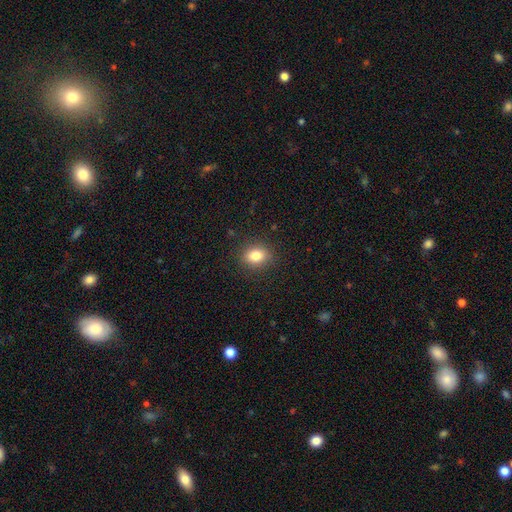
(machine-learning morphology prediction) This appears to be a smooth galaxy with no disk features (84%) that is in between round and cigar-shaped (56%). Merging: none (88%).